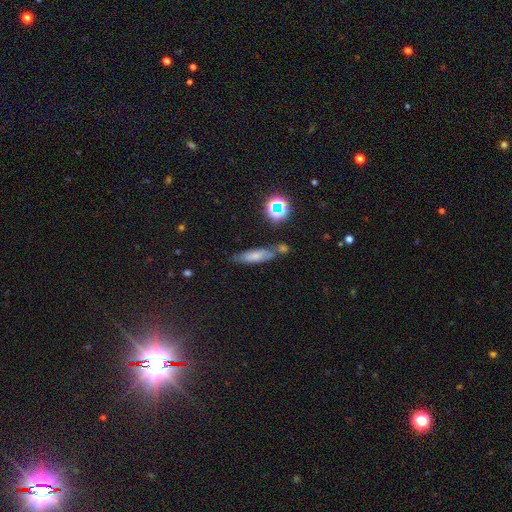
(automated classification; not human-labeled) Morphology: type=smooth (62%); roundness=cigar-shaped (57%); merging=none (60%).